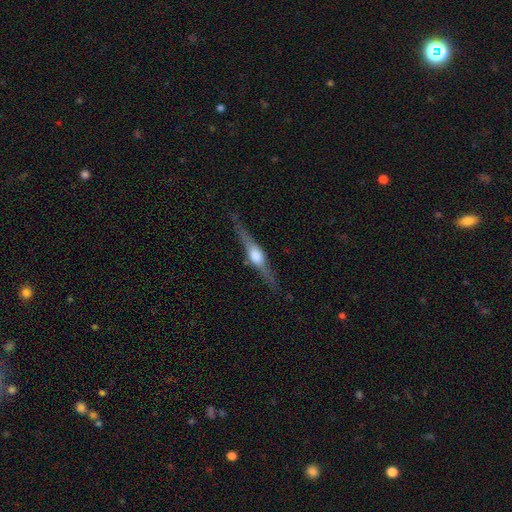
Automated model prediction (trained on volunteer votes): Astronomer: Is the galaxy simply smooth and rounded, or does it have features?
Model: featured or disk — 79%.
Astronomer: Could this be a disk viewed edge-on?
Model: yes — 97%.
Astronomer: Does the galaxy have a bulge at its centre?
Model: rounded — 87%.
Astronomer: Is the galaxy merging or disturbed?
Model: none — 84%.